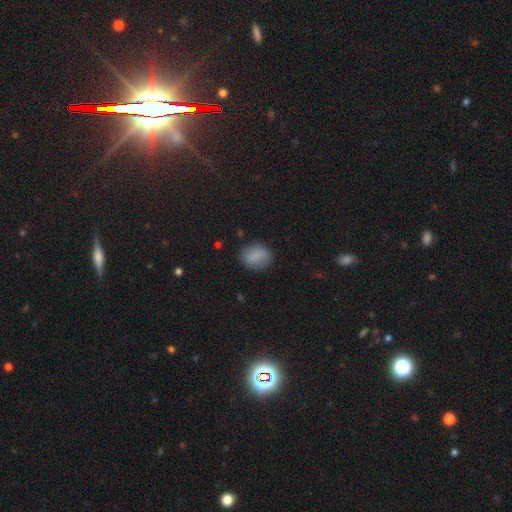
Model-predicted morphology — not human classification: Smooth or featured? smooth (81%)
How rounded? in between (52%)
Merging? none (79%)